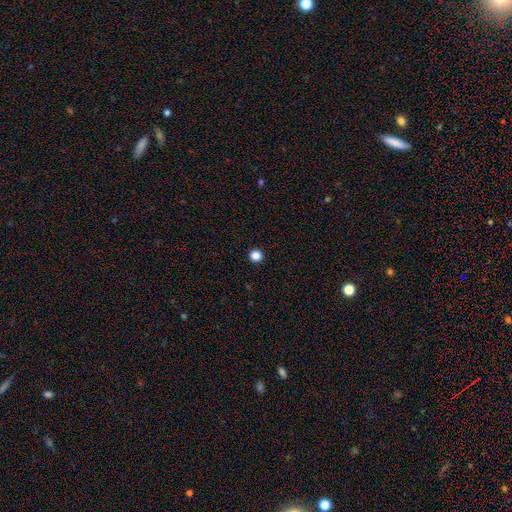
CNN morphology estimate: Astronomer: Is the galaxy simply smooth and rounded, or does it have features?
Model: smooth — 86%.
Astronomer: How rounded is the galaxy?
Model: round — 95%.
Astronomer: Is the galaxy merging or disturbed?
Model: none — 94%.